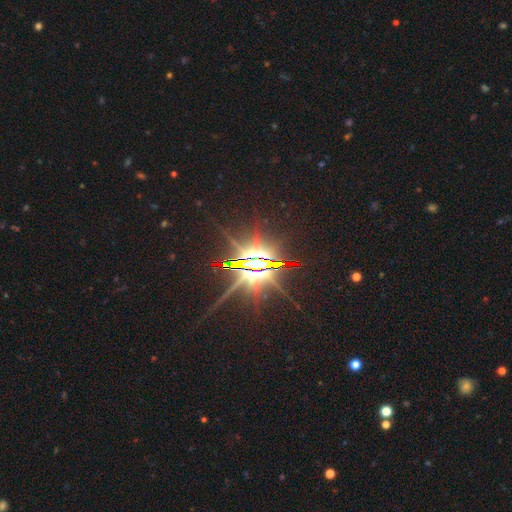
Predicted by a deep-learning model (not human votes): star or artifact 80%, featured or disk 14%, smooth 7%.